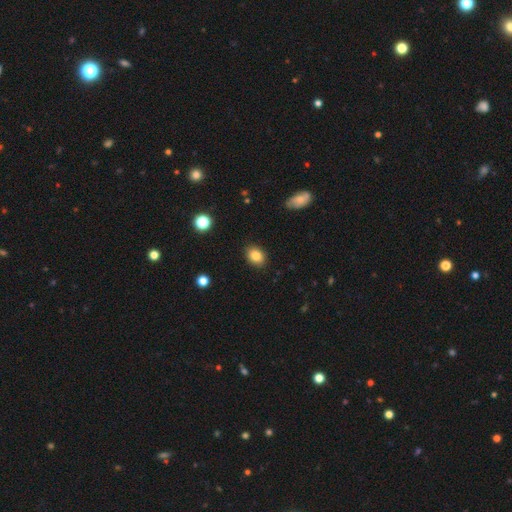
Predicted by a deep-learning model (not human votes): Morphology: type=smooth (84%); roundness=in between (69%); merging=none (88%).